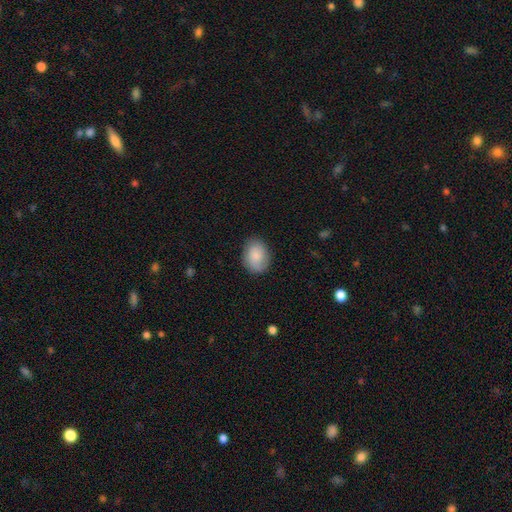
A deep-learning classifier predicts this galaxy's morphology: smooth 84%, featured or disk 9%, star or artifact 6%. Down the decision tree: how rounded — in between (70%); merging — none (82%).